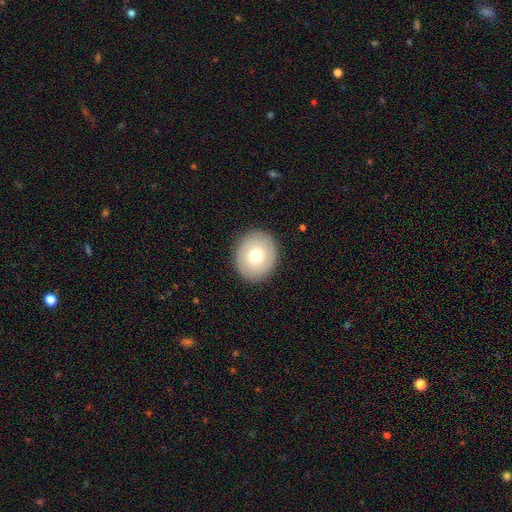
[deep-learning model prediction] Overall: smooth (68%). How rounded: round (72%). Merging: none (89%).